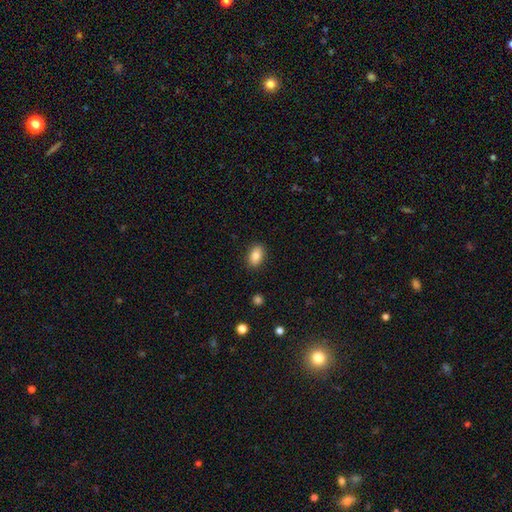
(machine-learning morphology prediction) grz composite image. It shows a smooth galaxy with no disk features (86%) that is in between round and cigar-shaped (88%). Merging: none (88%).